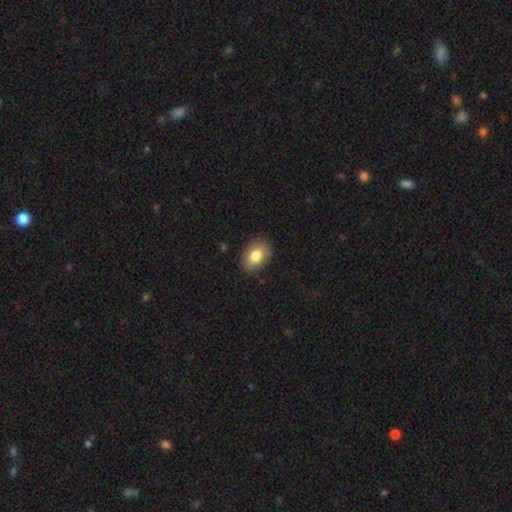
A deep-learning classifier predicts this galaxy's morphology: This appears to be a smooth galaxy with no disk features (80%) that is in between round and cigar-shaped (79%). Merging: none (86%).